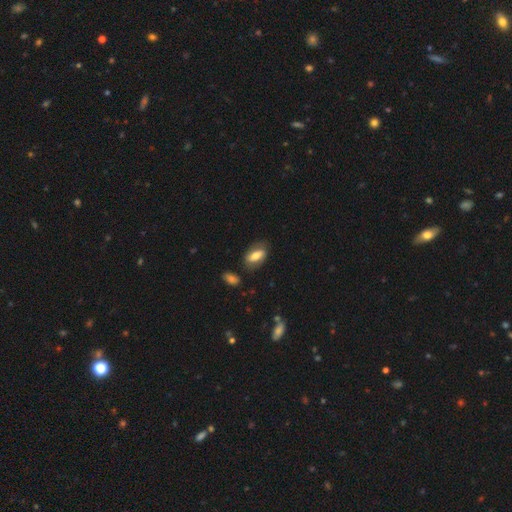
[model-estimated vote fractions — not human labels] Smooth or featured?
  - smooth: 62% *
  - featured or disk: 31%
  - star or artifact: 7%
How rounded?
  - in between: 87% *
  - cigar-shaped: 7%
  - round: 6%
Merging?
  - none: 72% *
  - minor disturbance: 19%
  - major disturbance: 6%
  - merger: 3%